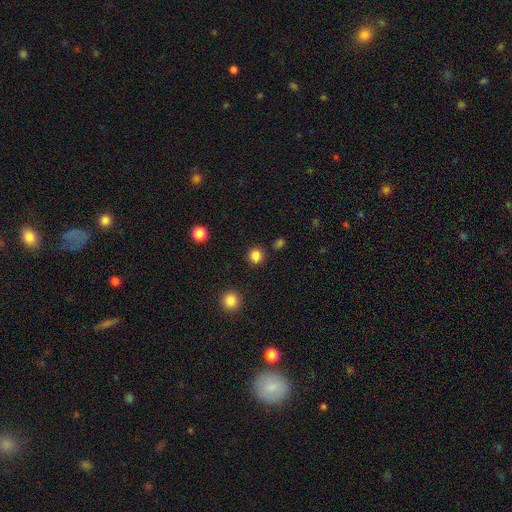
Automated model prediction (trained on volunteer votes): Morphology: type=smooth (84%); roundness=round (94%); merging=none (89%).